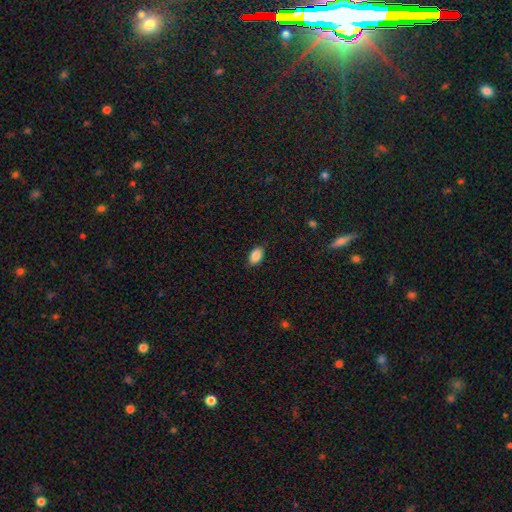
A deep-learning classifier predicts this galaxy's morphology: smooth-or-featured: smooth: 88% | star or artifact: 7% | featured or disk: 5%
  how-rounded: in between: 92% | round: 6% | cigar-shaped: 2%
  merging: none: 85% | minor disturbance: 11% | major disturbance: 2% | merger: 1%